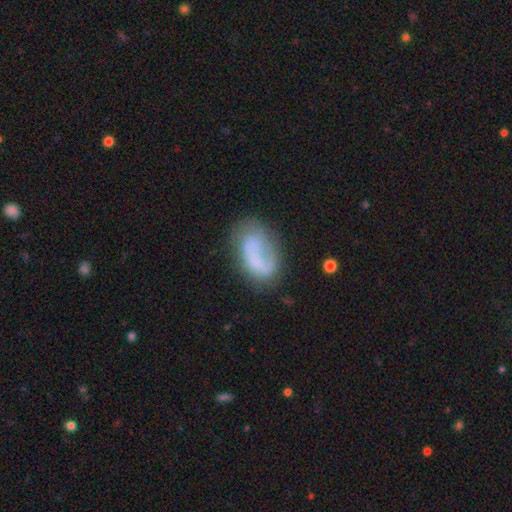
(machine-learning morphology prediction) smooth 53%, featured or disk 38%, star or artifact 8%. Down the decision tree: how rounded — in between (90%); merging — none (50%).